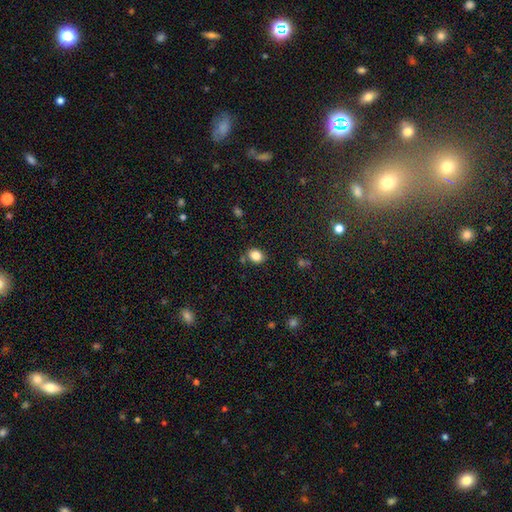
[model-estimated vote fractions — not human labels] Smooth or featured? Predicted: smooth (p=0.84). How rounded? Predicted: in between (p=0.50). Merging? Predicted: none (p=0.79).